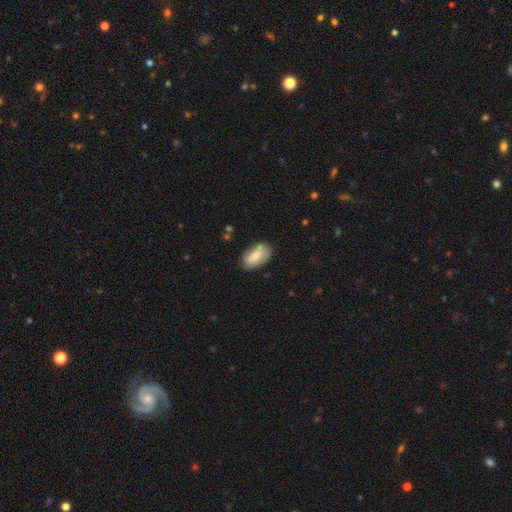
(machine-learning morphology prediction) smooth_or_featured: smooth (p=0.74) [alt: featured or disk p=0.20]
how_rounded: in between (p=0.92) [alt: round p=0.05]
merging: none (p=0.77) [alt: minor disturbance p=0.18]